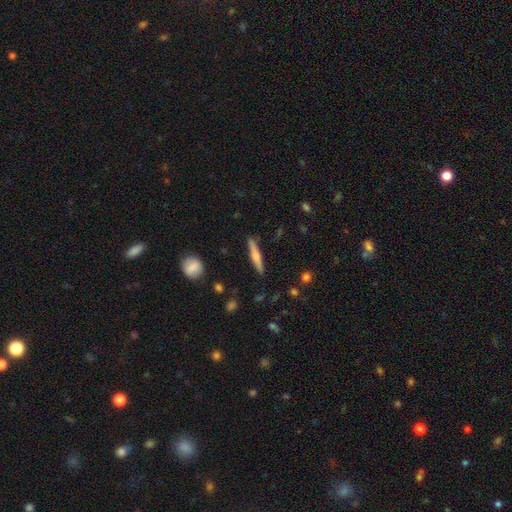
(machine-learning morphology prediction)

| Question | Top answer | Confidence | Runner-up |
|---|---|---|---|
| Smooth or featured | featured or disk | 47% | tied: smooth (47%) |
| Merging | none | 90% | minor disturbance (7%) |